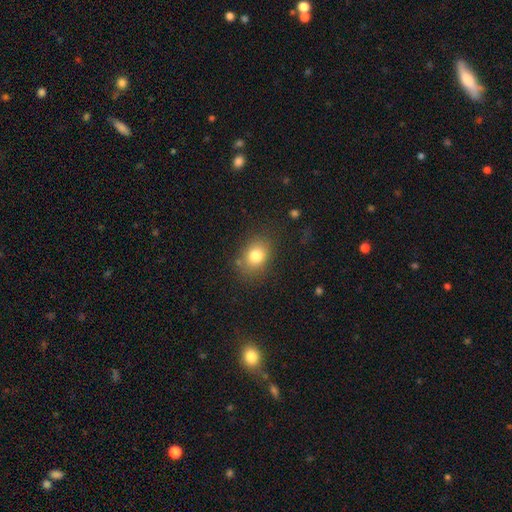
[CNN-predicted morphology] This is likely a smooth galaxy (80%). How rounded: possibly in between (57%). Merging: likely none (78%).